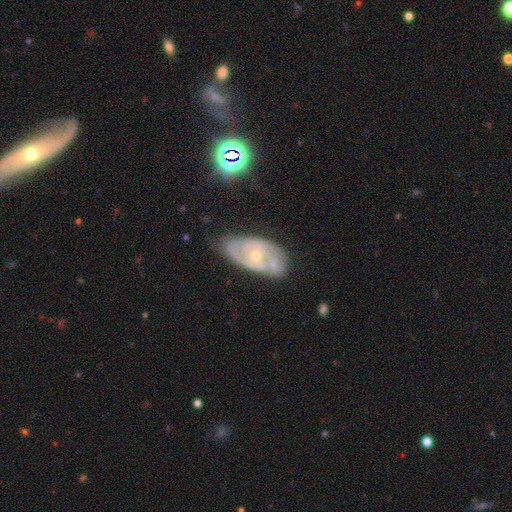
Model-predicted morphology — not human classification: featured or disk 81%, smooth 13%, star or artifact 6%. Down the decision tree: edge-on disk — no (94%); bar — no (74%); spiral arms — yes (85%); spiral arm count — 2 (45%); spiral winding — tight (62%); bulge size — small (63%); merging — none (58%).